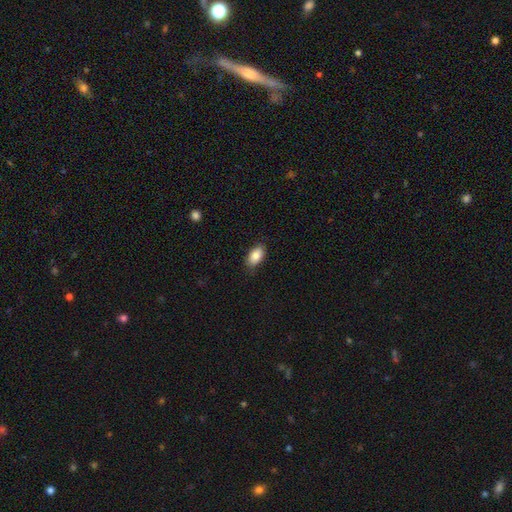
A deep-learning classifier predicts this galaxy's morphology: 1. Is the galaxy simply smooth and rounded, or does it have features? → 86% smooth, 7% featured or disk, 7% star or artifact.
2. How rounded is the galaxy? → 93% in between, 4% round, 3% cigar-shaped.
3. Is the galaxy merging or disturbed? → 85% none, 12% minor disturbance, 3% major disturbance, 1% merger.